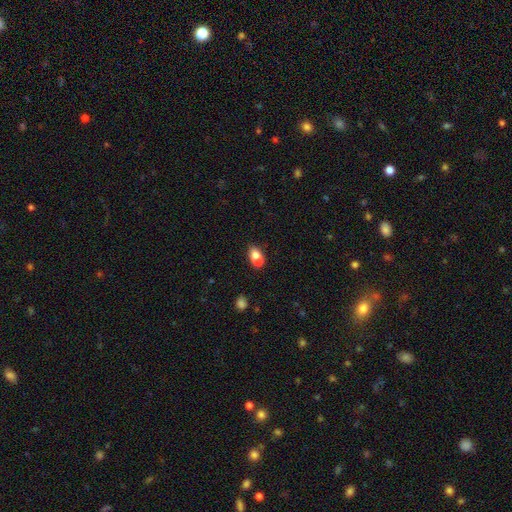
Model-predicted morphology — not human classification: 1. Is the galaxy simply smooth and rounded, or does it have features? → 81% smooth, 11% featured or disk, 8% star or artifact.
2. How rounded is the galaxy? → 86% in between, 8% cigar-shaped, 6% round.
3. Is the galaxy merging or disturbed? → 61% none, 18% minor disturbance, 17% merger, 4% major disturbance.